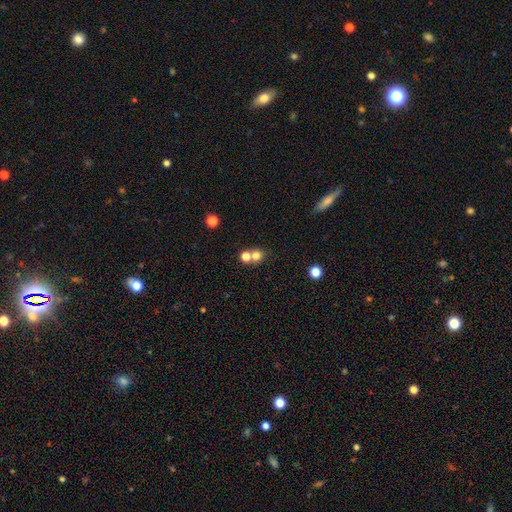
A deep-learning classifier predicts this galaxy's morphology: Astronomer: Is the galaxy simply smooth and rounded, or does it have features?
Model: smooth — 76%.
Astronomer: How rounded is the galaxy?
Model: round — 84%.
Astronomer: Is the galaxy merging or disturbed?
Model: none — 50% (runner-up: merger, 41%).